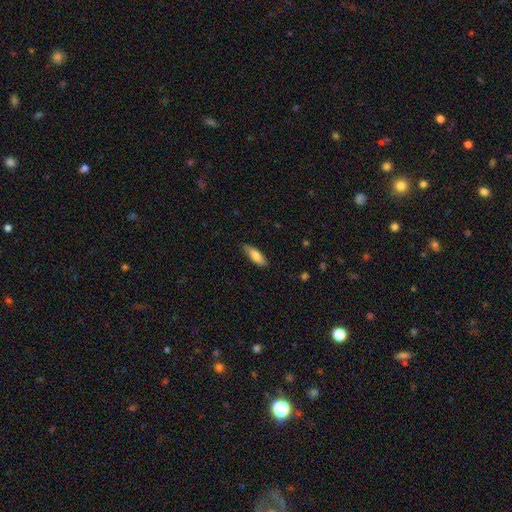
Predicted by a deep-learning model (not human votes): The model was most divided on "how rounded": in between: 57%, cigar-shaped: 42%, round: 2%. More confident: merging — none (84%); smooth or featured — smooth (79%).